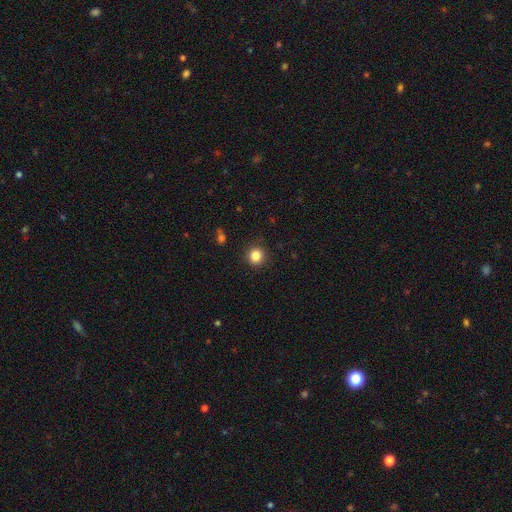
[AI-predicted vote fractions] smooth 84%, star or artifact 12%, featured or disk 4%. Down the decision tree: how rounded — round (93%); merging — none (91%).